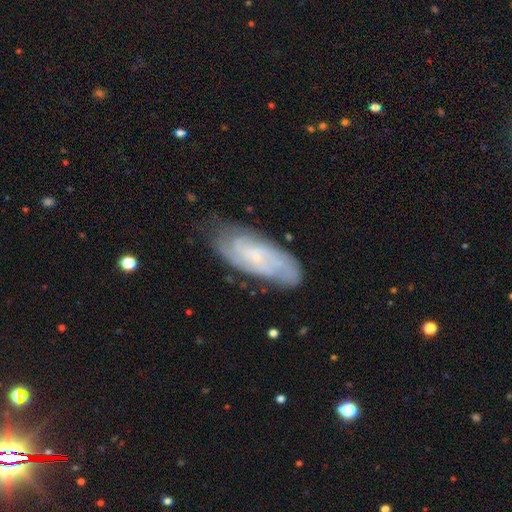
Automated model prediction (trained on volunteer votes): This is likely a featured or disk galaxy (67%). It is clearly not viewed edge-on (90%). Bar: likely no (66%). Spiral arm pattern: clearly yes (89%). Spiral arm count: possibly can't tell (50%). Spiral winding: possibly tight (59%). Central bulge: likely small (72%). Merging: likely none (70%).